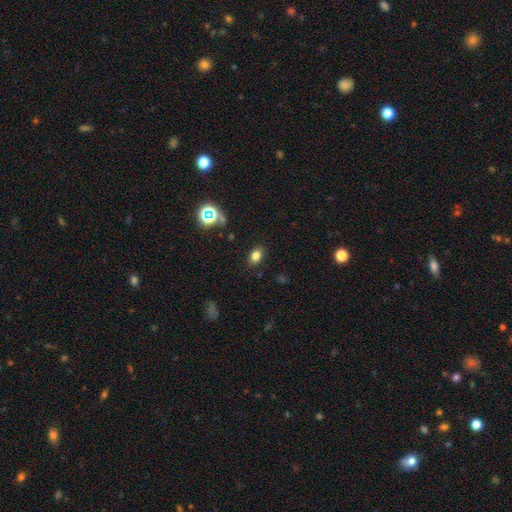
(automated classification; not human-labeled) A smooth galaxy with no disk features (77%) that is in between round and cigar-shaped (76%).

Vote fractions:
- Smooth or featured? smooth: 77% / star or artifact: 15% / featured or disk: 8%
- How rounded? in between: 76% / round: 22% / cigar-shaped: 1%
- Merging? none: 87% / minor disturbance: 9% / major disturbance: 3% / merger: 1%